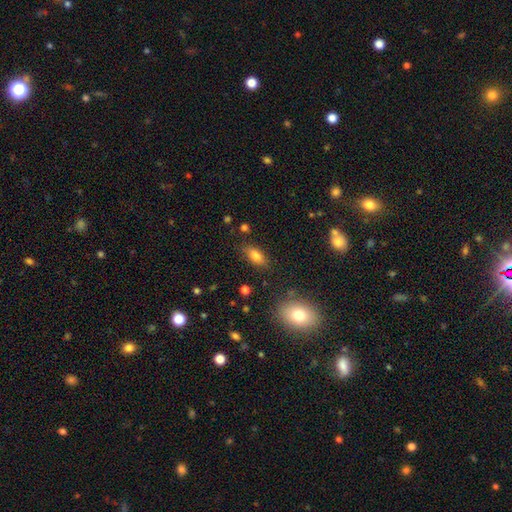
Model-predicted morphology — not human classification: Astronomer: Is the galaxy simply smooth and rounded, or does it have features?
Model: smooth — 78%.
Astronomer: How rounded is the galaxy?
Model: in between — 85%.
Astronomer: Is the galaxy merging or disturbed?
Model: none — 81%.